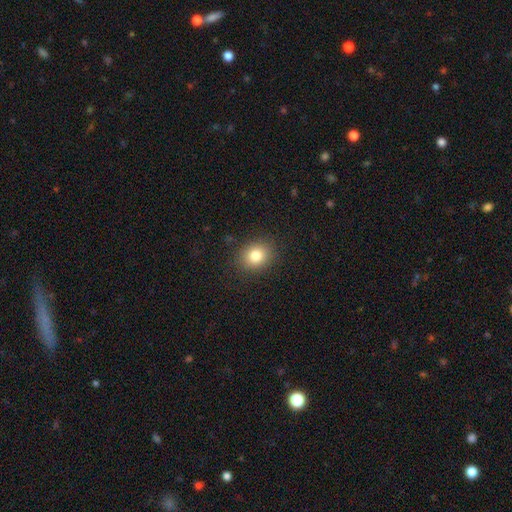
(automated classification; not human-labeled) Smooth or featured: smooth — 81% (star or artifact — 11%)
How rounded: round — 61% (in between — 38%)
Merging: none — 88% (minor disturbance — 8%)